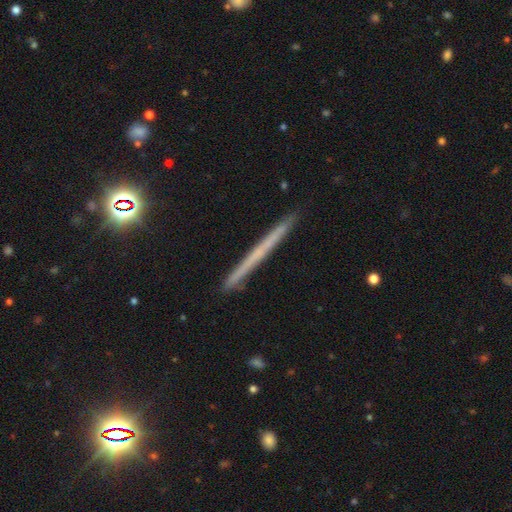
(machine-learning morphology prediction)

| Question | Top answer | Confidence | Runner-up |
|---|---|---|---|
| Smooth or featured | featured or disk | 53% | smooth (36%) |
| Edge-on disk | yes | 97% | no (3%) |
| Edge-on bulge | none | 88% | rounded (9%) |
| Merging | none | 89% | minor disturbance (8%) |